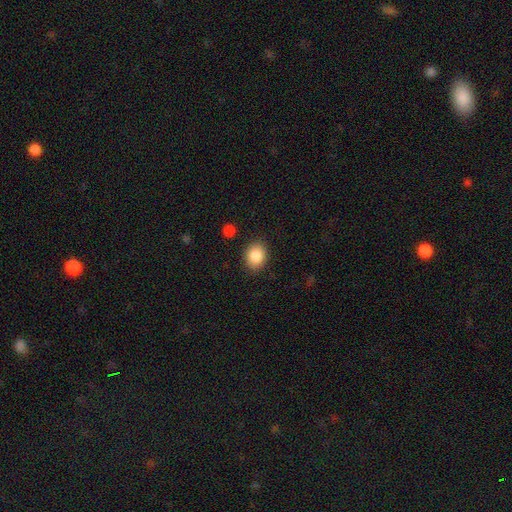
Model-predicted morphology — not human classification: smooth_or_featured: smooth (p=0.87) [alt: star or artifact p=0.08]
how_rounded: in between (p=0.52) [alt: round p=0.47]
merging: none (p=0.86) [alt: minor disturbance p=0.09]